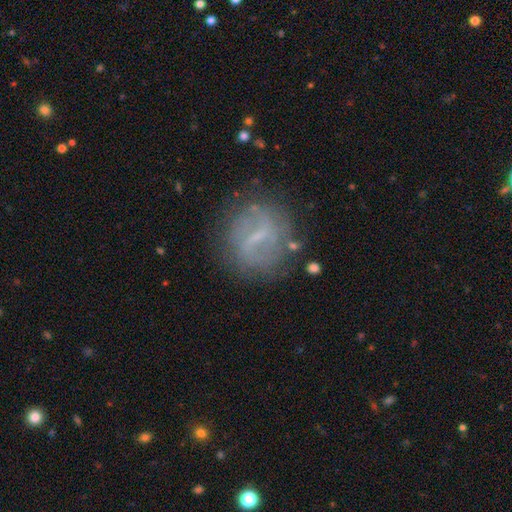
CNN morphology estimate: The model was most divided on "bar": weak: 44%, strong: 43%, no: 13%. More confident: edge-on disk — no (94%); merging — none (77%); smooth or featured — featured or disk (63%); spiral arms — yes (56%); bulge size — small (55%).